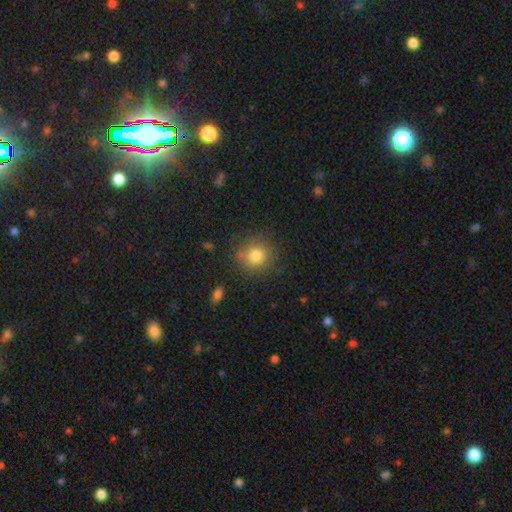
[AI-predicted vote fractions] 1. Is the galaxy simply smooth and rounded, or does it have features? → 80% smooth, 12% star or artifact, 8% featured or disk.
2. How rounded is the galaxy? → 91% round, 8% in between, 1% cigar-shaped.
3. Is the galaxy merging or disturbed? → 84% none, 10% minor disturbance, 3% major disturbance, 2% merger.